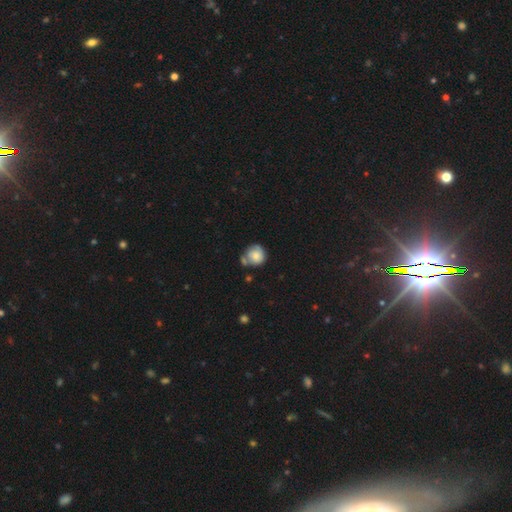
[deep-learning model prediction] Smooth or featured? Predicted: smooth (p=0.72). How rounded? Predicted: round (p=0.85). Merging? Predicted: none (p=0.45).